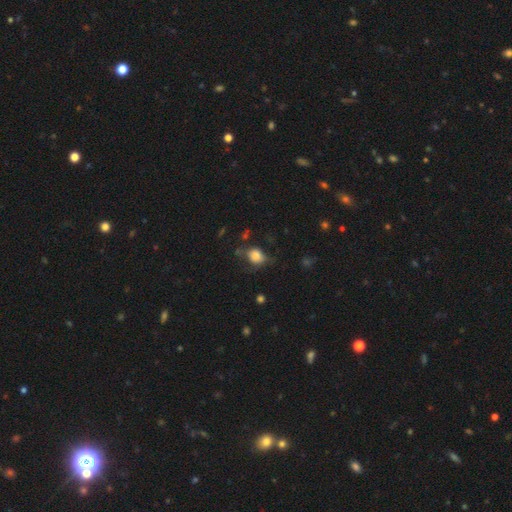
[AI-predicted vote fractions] Smooth or featured? smooth (78%)
How rounded? round (62%)
Merging? none (51%)